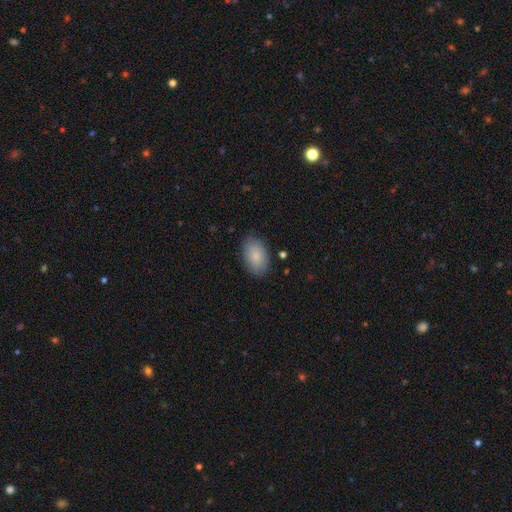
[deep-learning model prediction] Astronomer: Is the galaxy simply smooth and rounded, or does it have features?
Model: smooth — 85%.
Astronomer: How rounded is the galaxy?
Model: in between — 92%.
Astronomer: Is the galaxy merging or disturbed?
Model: none — 84%.